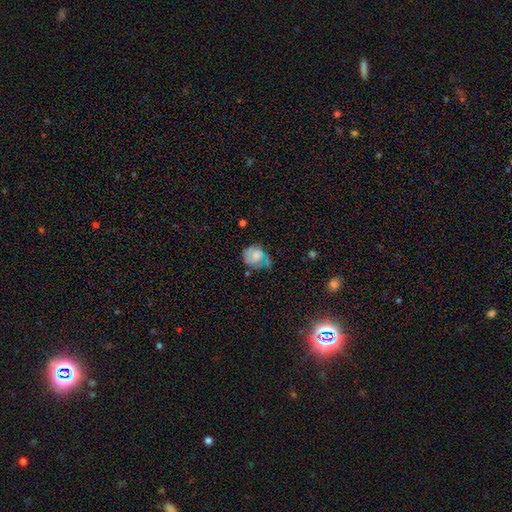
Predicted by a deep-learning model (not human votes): Smooth or featured?
  - smooth: 64% *
  - featured or disk: 25%
  - star or artifact: 11%
How rounded?
  - round: 80% *
  - in between: 19%
  - cigar-shaped: 1%
Merging?
  - none: 55% *
  - minor disturbance: 28%
  - major disturbance: 11%
  - merger: 6%